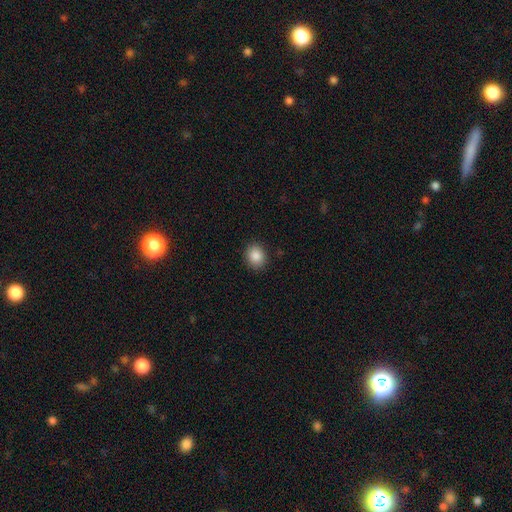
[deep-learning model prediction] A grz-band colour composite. It shows a smooth galaxy with no disk features (87%) that is round (60%). Merging: none (89%).